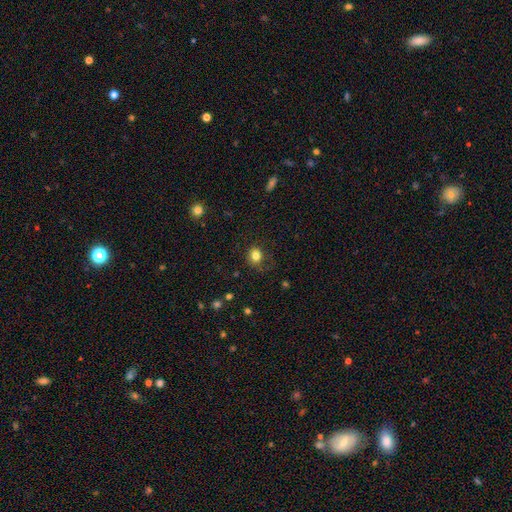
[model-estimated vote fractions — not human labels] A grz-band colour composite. It shows a smooth galaxy with no disk features (82%) that is round (64%). Merging: none (75%).